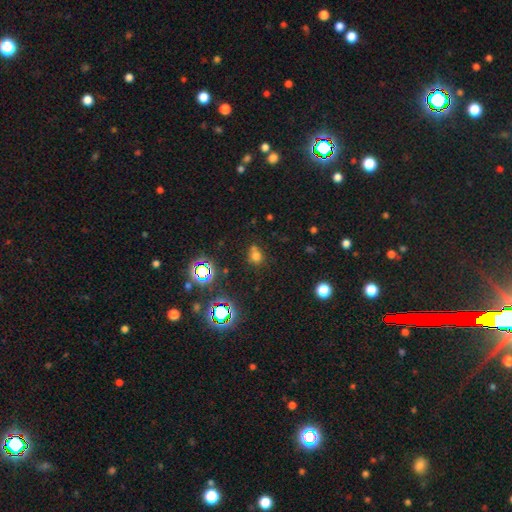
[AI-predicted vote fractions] A smooth galaxy with no disk features (65%) that is round (70%).

Vote fractions:
- Smooth or featured? smooth: 65% / star or artifact: 26% / featured or disk: 9%
- How rounded? round: 70% / in between: 29% / cigar-shaped: 1%
- Merging? none: 61% / merger: 18% / minor disturbance: 16% / major disturbance: 5%